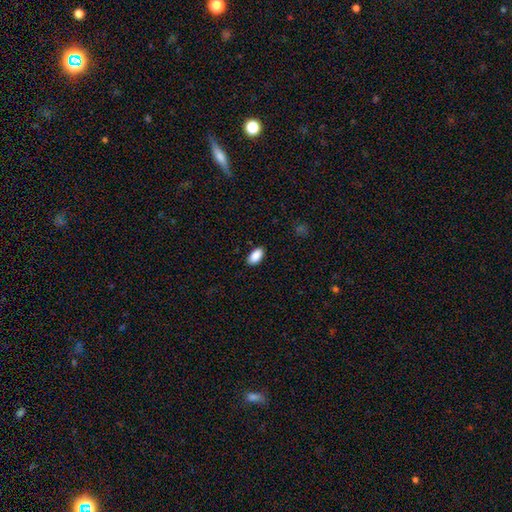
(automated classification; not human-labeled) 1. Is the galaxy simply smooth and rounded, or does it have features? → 90% smooth, 7% star or artifact, 3% featured or disk.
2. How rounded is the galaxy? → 94% in between, 3% cigar-shaped, 3% round.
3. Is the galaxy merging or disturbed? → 88% none, 9% minor disturbance, 2% major disturbance, 1% merger.